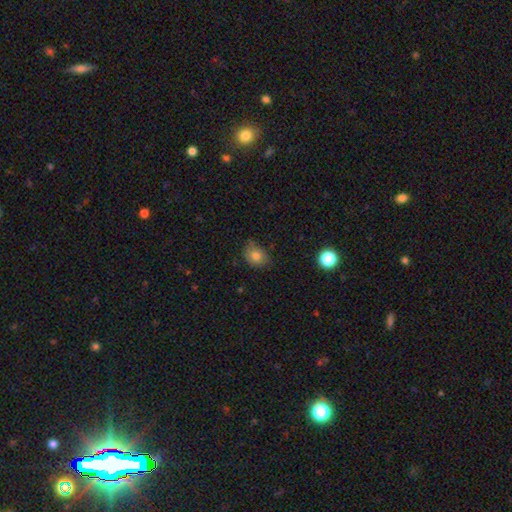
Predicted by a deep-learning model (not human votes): Smooth or featured? smooth (80%)
How rounded? in between (50%)
Merging? none (63%)